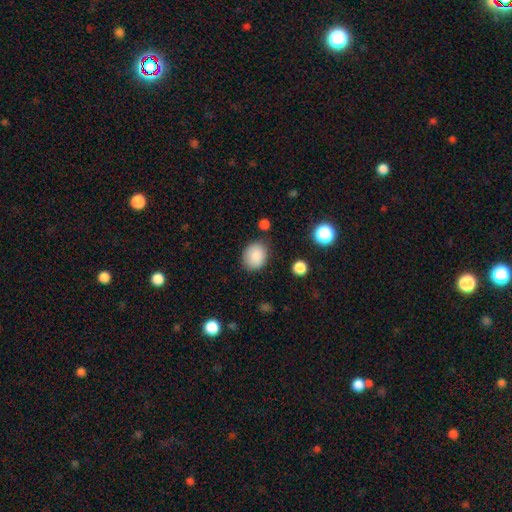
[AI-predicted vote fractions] A smooth galaxy with no disk features (87%) that is round (52%). Merging: none (79%).